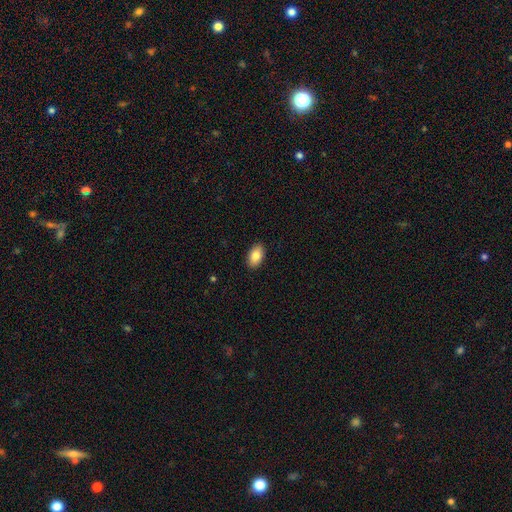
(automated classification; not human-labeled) Overall: smooth (84%). How rounded: in between (93%). Merging: none (90%).